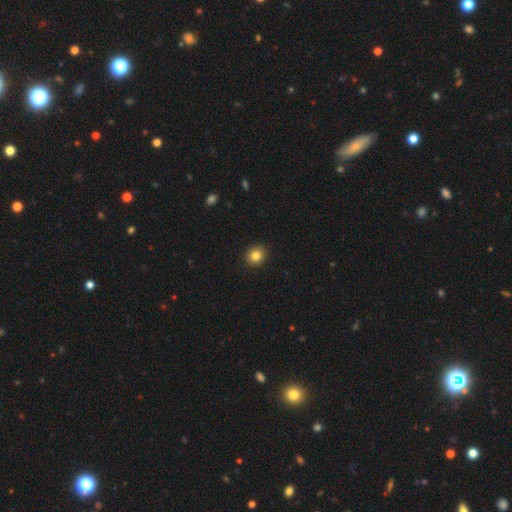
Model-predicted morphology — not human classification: The model was most divided on "how rounded": round: 79%, in between: 20%, cigar-shaped: 1%. More confident: merging — none (92%); smooth or featured — smooth (83%).